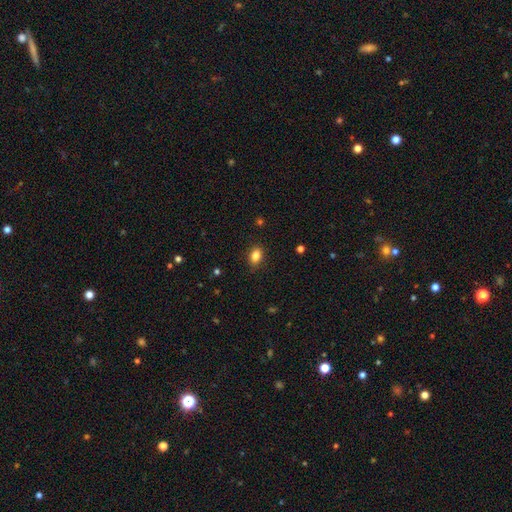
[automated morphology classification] smooth_or_featured: smooth (p=0.86) [alt: star or artifact p=0.09]
how_rounded: in between (p=0.83) [alt: round p=0.15]
merging: none (p=0.86) [alt: minor disturbance p=0.10]